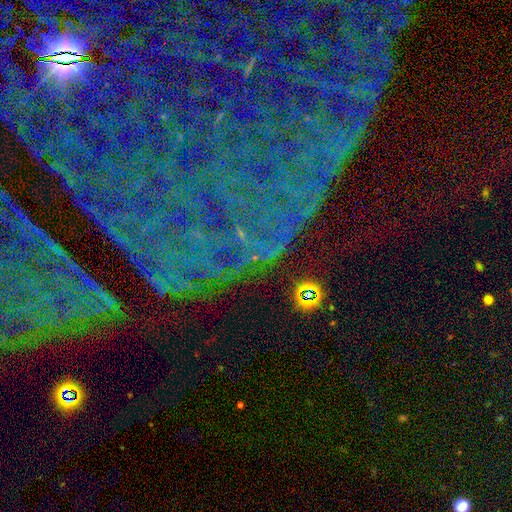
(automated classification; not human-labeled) This is clearly a star or artifact rather than a galaxy (81%).